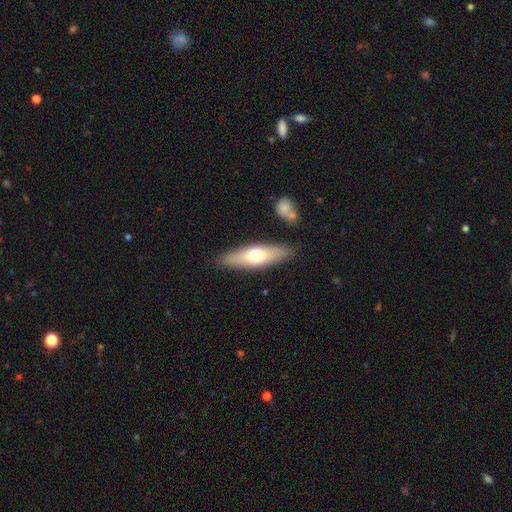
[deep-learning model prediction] This appears to be a smooth galaxy with no disk features (58%) that is cigar-shaped (60%). Merging: none (86%).